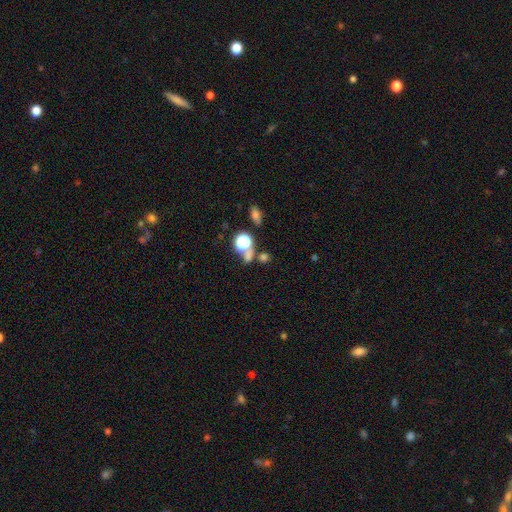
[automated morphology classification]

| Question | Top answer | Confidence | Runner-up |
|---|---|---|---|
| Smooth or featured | star or artifact | 54% | smooth (34%) |